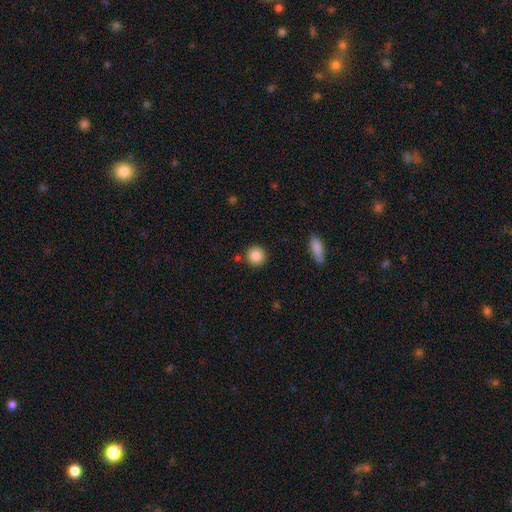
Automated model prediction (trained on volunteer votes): This appears to be a smooth galaxy with no disk features (87%) that is round (94%). Merging: none (88%).